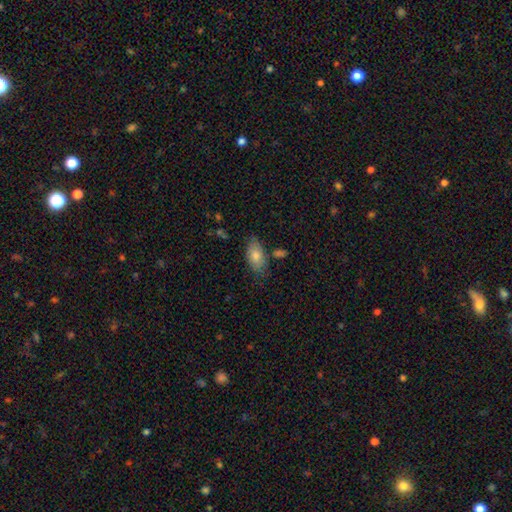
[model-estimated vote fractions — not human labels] This appears to be a smooth galaxy with no disk features (75%) that is in between round and cigar-shaped (90%). Merging: none (74%).